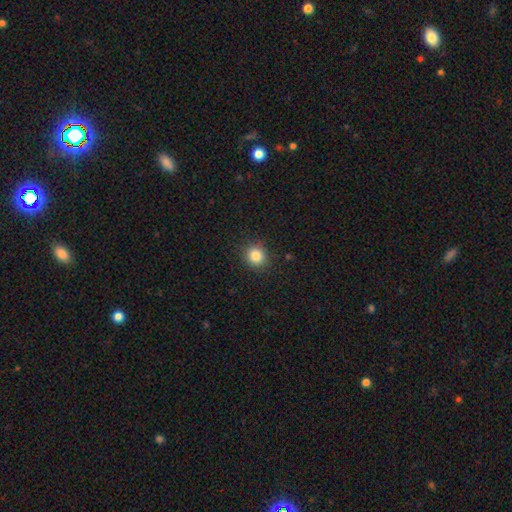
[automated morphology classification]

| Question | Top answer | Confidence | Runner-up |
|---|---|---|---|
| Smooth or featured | smooth | 84% | star or artifact (11%) |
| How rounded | round | 84% | in between (15%) |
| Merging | none | 89% | minor disturbance (8%) |